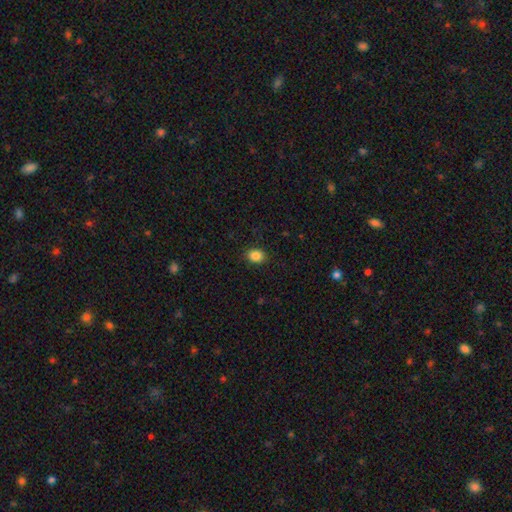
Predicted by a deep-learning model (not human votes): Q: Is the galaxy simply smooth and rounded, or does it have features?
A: smooth — 87%.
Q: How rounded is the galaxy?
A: in between — 54%.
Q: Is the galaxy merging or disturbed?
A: none — 89%.